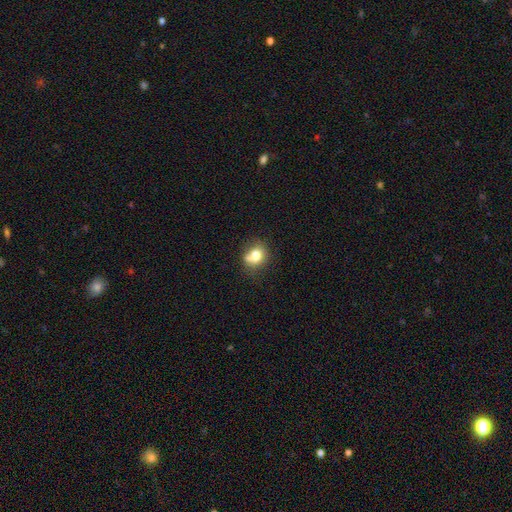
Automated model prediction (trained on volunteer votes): Overall: smooth (74%). How rounded: round (66%; in between 33%). Merging: none (50%; merger 28%).